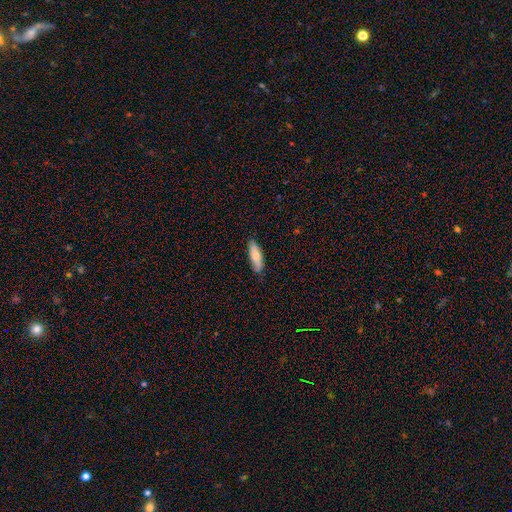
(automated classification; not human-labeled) smooth-or-featured: smooth: 73% | featured or disk: 21% | star or artifact: 6%
  how-rounded: in between: 49% (tied) | cigar-shaped: 49% (tied) | round: 2%
  merging: none: 84% | minor disturbance: 13% | major disturbance: 2% | merger: 1%